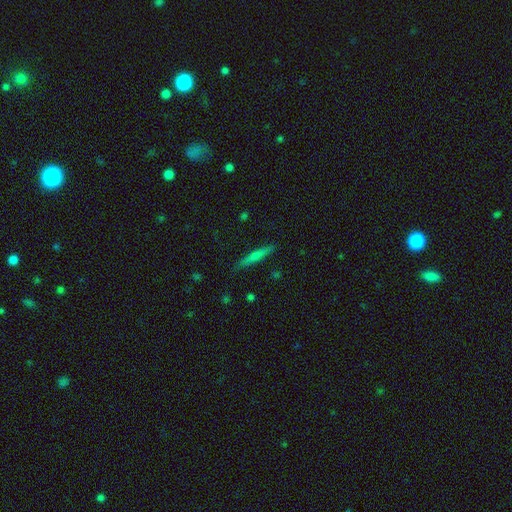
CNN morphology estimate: A smooth galaxy with no disk features (56%) that is cigar-shaped (94%). Merging: none (89%).